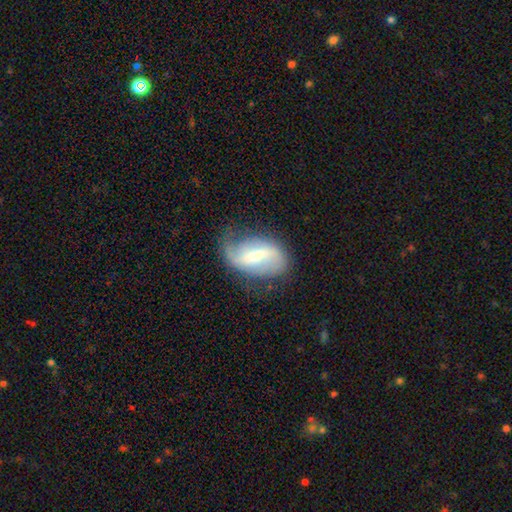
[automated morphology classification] type=featured or disk (75%); edge-on=no (95%); bar=weak (45%); spiral arms=yes (88%); winding=loose (67%); arm count=2 (80%); bulge=small (49%); merging=none (60%).